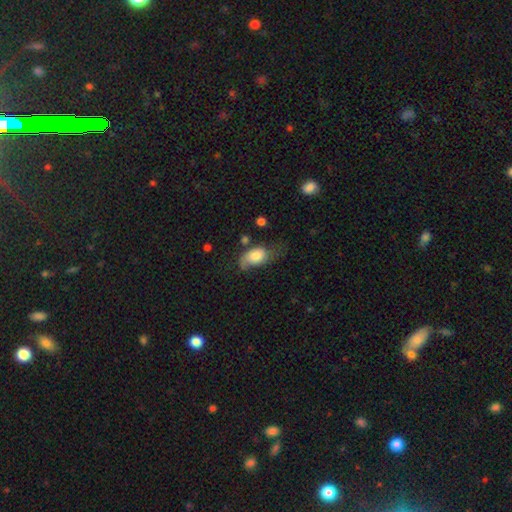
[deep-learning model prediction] Smooth or featured?
  - smooth: 71% *
  - featured or disk: 22%
  - star or artifact: 7%
How rounded?
  - in between: 90% *
  - round: 8%
  - cigar-shaped: 2%
Merging?
  - minor disturbance: 35% * (tied)
  - none: 35% * (tied)
  - major disturbance: 26%
  - merger: 4%